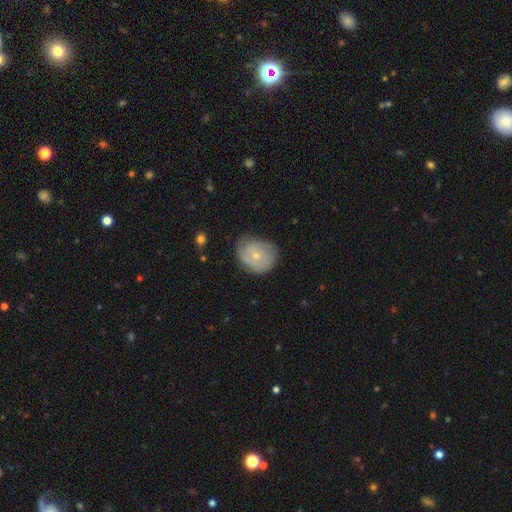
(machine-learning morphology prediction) smooth_or_featured: featured or disk (p=0.48) [alt: smooth p=0.44]
merging: none (p=0.63) [alt: minor disturbance p=0.27]